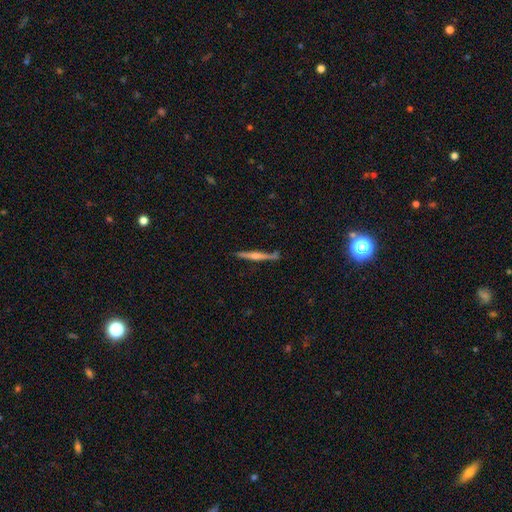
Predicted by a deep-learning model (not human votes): Q: Smooth or featured?
A: featured or disk (71%); runner-up: smooth (19%)
Q: Edge-on disk?
A: yes (97%); runner-up: no (3%)
Q: Edge-on bulge?
A: rounded (76%); runner-up: none (15%)
Q: Merging?
A: none (86%); runner-up: minor disturbance (10%)